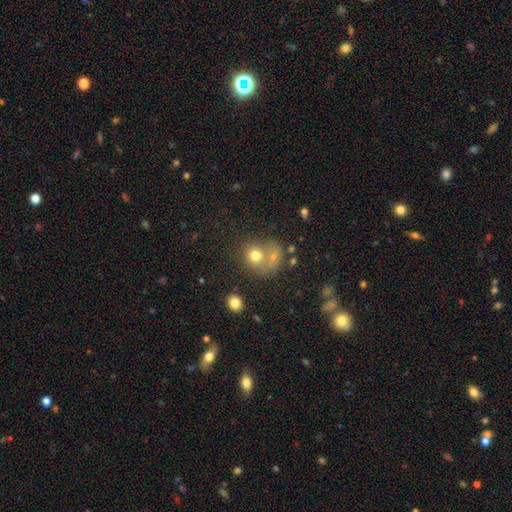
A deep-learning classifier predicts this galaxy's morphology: smooth_or_featured: smooth (p=0.71) [alt: featured or disk p=0.16]
how_rounded: round (p=0.74) [alt: in between p=0.25]
merging: merger (p=0.50) [alt: none p=0.34]